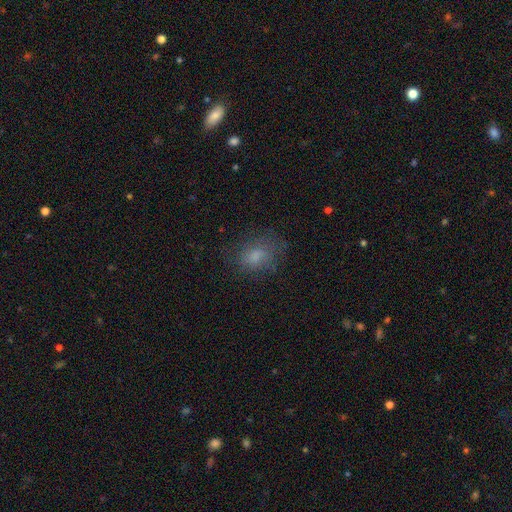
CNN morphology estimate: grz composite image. It shows a smooth galaxy with no disk features (73%) that is in between round and cigar-shaped (66%). Merging: none (67%).